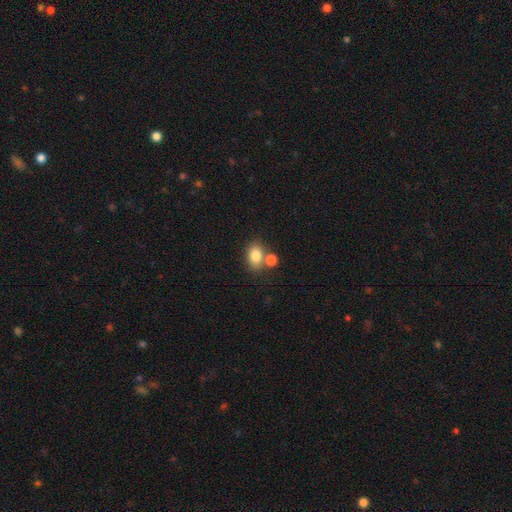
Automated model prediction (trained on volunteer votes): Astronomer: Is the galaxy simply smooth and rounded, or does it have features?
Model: smooth — 82%.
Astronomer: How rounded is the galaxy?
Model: in between — 72%.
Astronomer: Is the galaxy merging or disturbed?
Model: none — 57%.